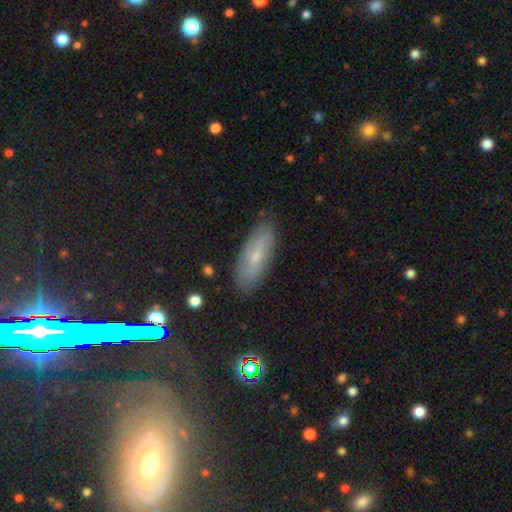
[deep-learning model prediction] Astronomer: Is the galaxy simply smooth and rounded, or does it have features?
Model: smooth — 55% (runner-up: featured or disk, 35%).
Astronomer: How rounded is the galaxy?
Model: in between — 69%.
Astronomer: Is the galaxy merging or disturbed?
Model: none — 82%.